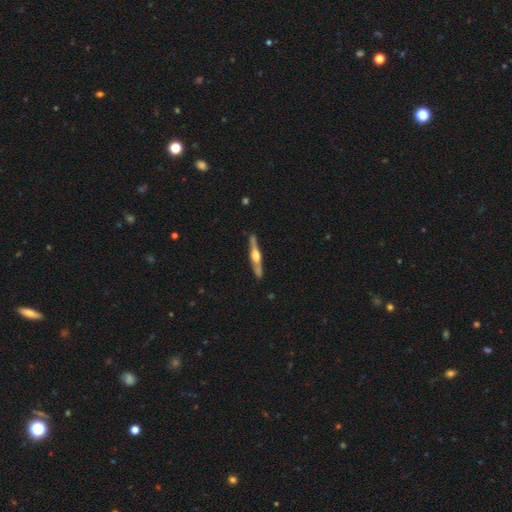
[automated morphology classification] smooth_or_featured: featured or disk (p=0.72) [alt: smooth p=0.23]
disk_edge_on: yes (p=0.96) [alt: no p=0.04]
edge_on_bulge: rounded (p=0.90) [alt: boxy p=0.07]
merging: none (p=0.87) [alt: minor disturbance p=0.09]